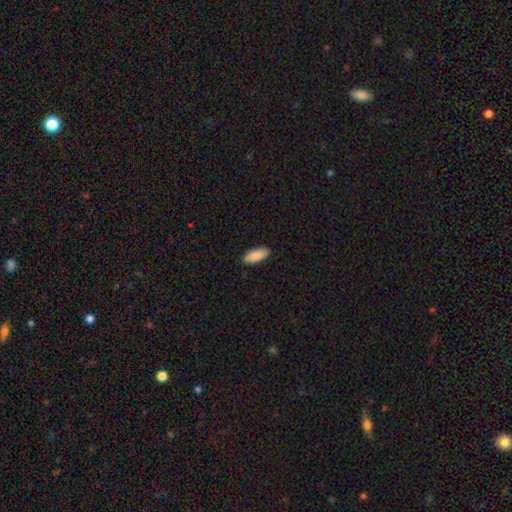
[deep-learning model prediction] Morphology: type=smooth (89%); roundness=in between (83%); merging=none (90%).